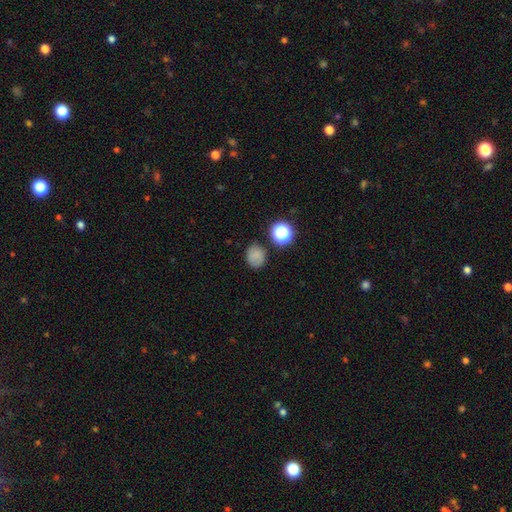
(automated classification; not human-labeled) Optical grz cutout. It shows a smooth galaxy with no disk features (77%) that is round (70%). Merging: none (80%).